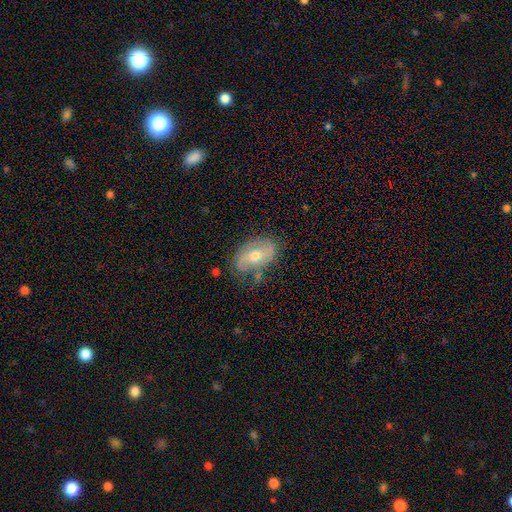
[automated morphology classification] A featured or disk galaxy (57%) with no bar (54%), spiral arms (67%) and a moderate central bulge (67%).

Vote fractions:
- Smooth or featured? featured or disk: 57% / smooth: 35% / star or artifact: 8%
- Edge-on disk? no: 93% / yes: 7%
- Bar? no: 54% / weak: 32% / strong: 14%
- Spiral arms? yes: 67% / no: 33%
- Bulge size? moderate: 67% / small: 28% / large: 3% / none: 1% / dominant: 1%
- Merging? none: 69% / minor disturbance: 22% / major disturbance: 6% / merger: 3%